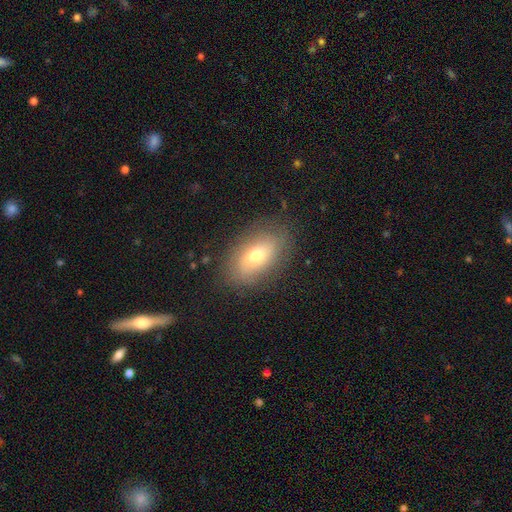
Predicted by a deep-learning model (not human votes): This appears to be a smooth galaxy with no disk features (64%) that is in between round and cigar-shaped (90%). Merging: none (80%).